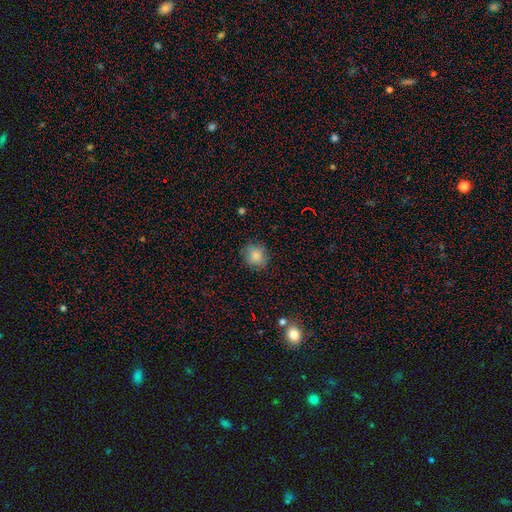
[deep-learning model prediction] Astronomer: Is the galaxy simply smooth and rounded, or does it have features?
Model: smooth — 85%.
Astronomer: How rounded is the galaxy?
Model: round — 76%.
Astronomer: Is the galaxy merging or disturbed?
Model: none — 84%.